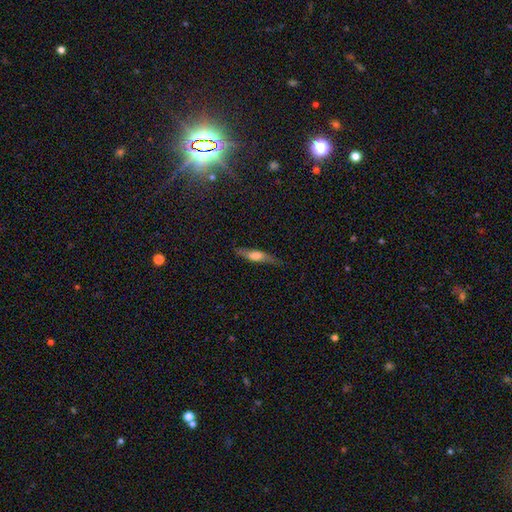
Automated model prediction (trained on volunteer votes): Smooth or featured?
  - smooth: 51% *
  - featured or disk: 42%
  - star or artifact: 7%
How rounded?
  - cigar-shaped: 75% *
  - in between: 23%
  - round: 2%
Merging?
  - none: 76% *
  - minor disturbance: 18%
  - major disturbance: 5%
  - merger: 1%